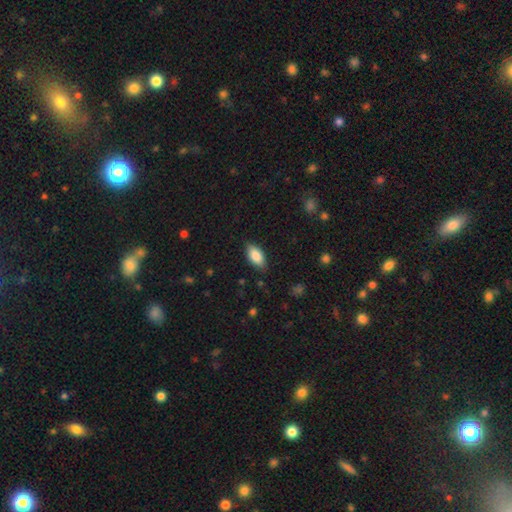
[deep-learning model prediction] smooth_or_featured: smooth (p=0.85) [alt: featured or disk p=0.08]
how_rounded: in between (p=0.91) [alt: cigar-shaped p=0.06]
merging: none (p=0.83) [alt: minor disturbance p=0.13]